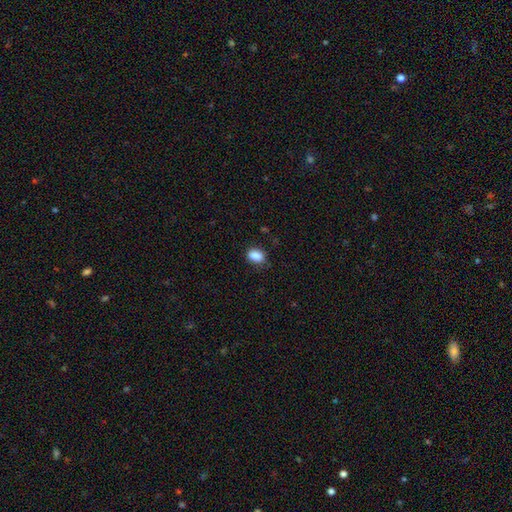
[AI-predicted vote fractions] smooth_or_featured: smooth (p=0.88) [alt: star or artifact p=0.09]
how_rounded: in between (p=0.78) [alt: round p=0.20]
merging: none (p=0.81) [alt: minor disturbance p=0.14]